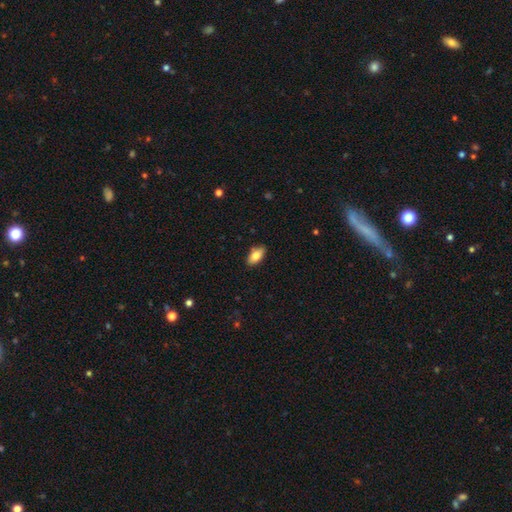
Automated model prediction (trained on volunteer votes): smooth 80%, featured or disk 13%, star or artifact 7%. Down the decision tree: how rounded — in between (91%); merging — none (87%).